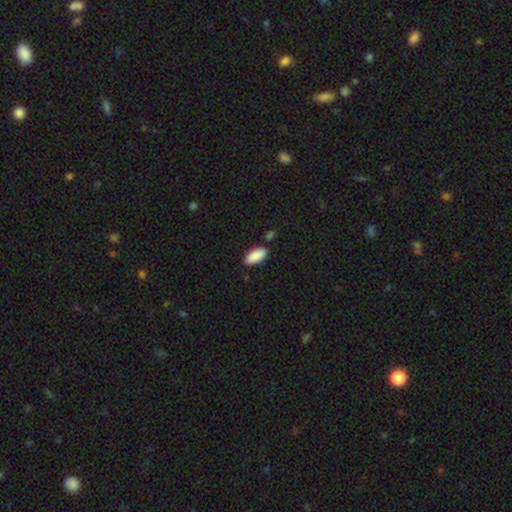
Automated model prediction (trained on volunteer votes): Overall: smooth (90%). How rounded: in between (89%). Merging: none (83%).